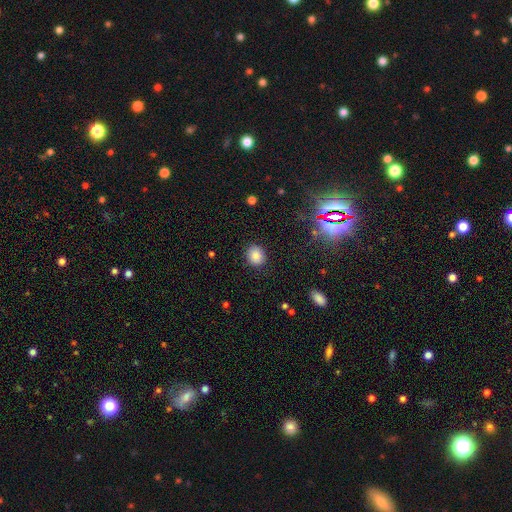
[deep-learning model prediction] A smooth galaxy with no disk features (81%) that is round (72%).

Vote fractions:
- Smooth or featured? smooth: 81% / star or artifact: 12% / featured or disk: 7%
- How rounded? round: 72% / in between: 27% / cigar-shaped: 1%
- Merging? none: 88% / minor disturbance: 9% / major disturbance: 3% / merger: 1%